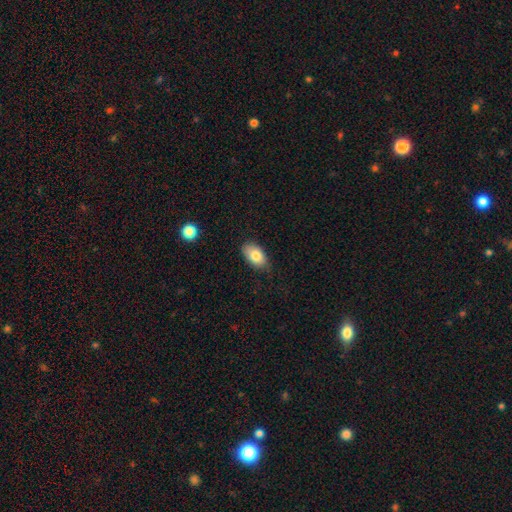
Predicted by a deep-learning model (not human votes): A smooth galaxy with no disk features (81%) that is in between round and cigar-shaped (92%).

Vote fractions:
- Smooth or featured? smooth: 81% / featured or disk: 12% / star or artifact: 7%
- How rounded? in between: 92% / round: 6% / cigar-shaped: 2%
- Merging? none: 76% / minor disturbance: 19% / major disturbance: 3% / merger: 1%